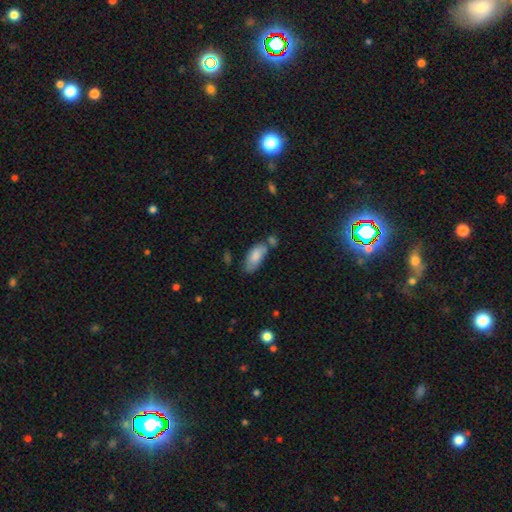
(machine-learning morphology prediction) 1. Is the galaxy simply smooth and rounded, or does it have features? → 82% smooth, 11% featured or disk, 6% star or artifact.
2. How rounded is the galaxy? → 87% in between, 11% cigar-shaped, 2% round.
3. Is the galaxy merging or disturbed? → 50% none, 24% minor disturbance, 20% merger, 7% major disturbance.